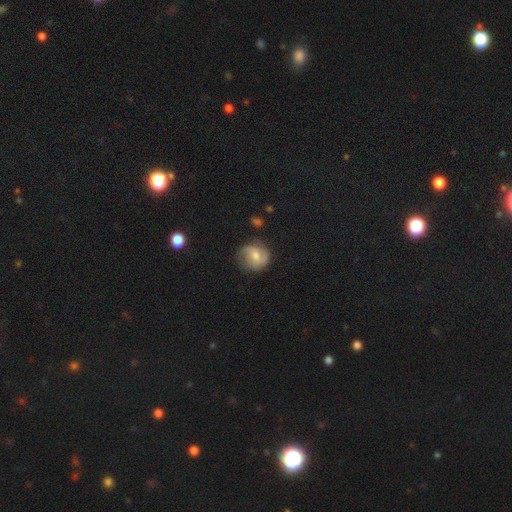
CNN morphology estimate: Smooth or featured? featured or disk (53%)
Edge-on disk? no (97%)
Bar? weak (47%)
Spiral arms? yes (82%)
Bulge size? moderate (54%)
Merging? none (63%)